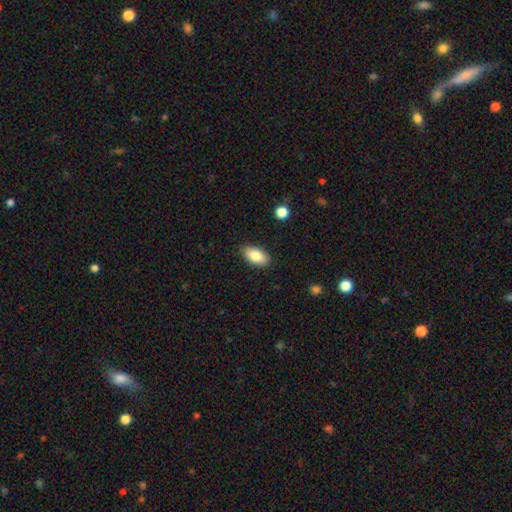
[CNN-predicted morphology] Smooth or featured? Predicted: smooth (p=0.82). How rounded? Predicted: in between (p=0.93). Merging? Predicted: none (p=0.87).